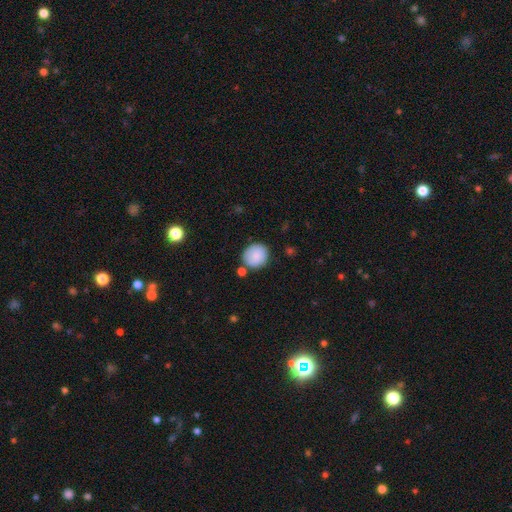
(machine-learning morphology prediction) Smooth or featured: smooth — 85% (featured or disk — 8%)
How rounded: round — 86% (in between — 13%)
Merging: none — 77% (minor disturbance — 13%)